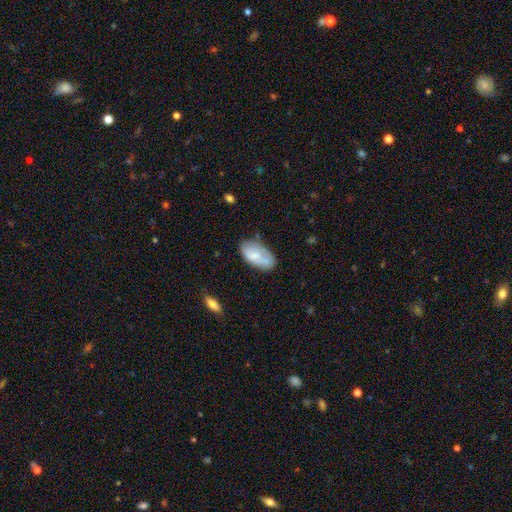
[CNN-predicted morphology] This appears to be a smooth galaxy with no disk features (65%) that is in between round and cigar-shaped (94%). Merging: none (59%).